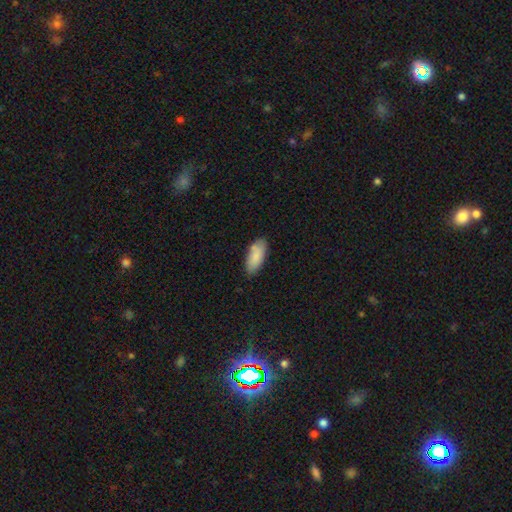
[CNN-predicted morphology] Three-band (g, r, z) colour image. It shows a smooth galaxy with no disk features (86%) that is in between round and cigar-shaped (85%). Merging: none (78%).